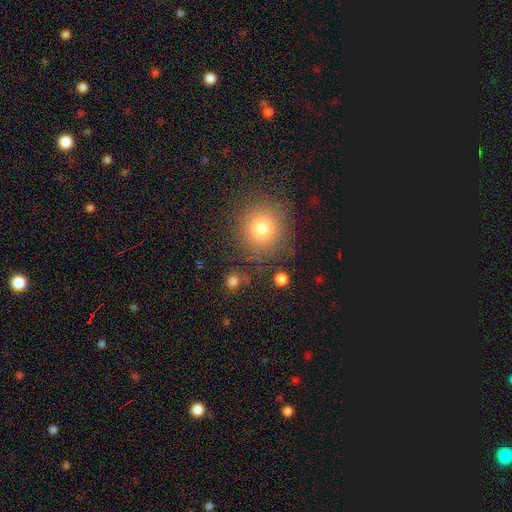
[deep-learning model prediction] Smooth or featured?
  - smooth: 68% *
  - star or artifact: 25%
  - featured or disk: 7%
How rounded?
  - round: 91% *
  - in between: 8%
  - cigar-shaped: 1%
Merging?
  - none: 88% *
  - minor disturbance: 7%
  - merger: 3%
  - major disturbance: 3%